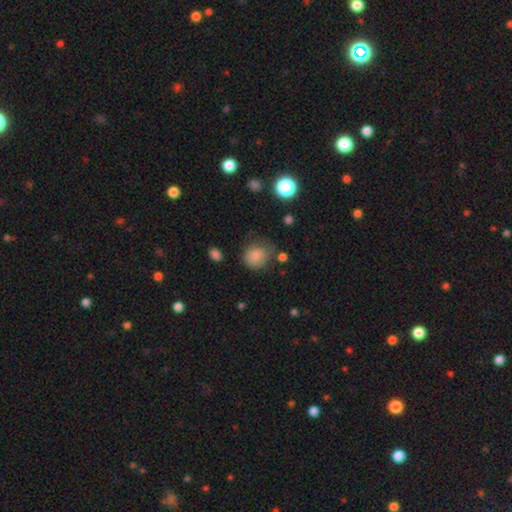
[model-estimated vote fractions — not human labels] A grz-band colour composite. It shows a smooth galaxy with no disk features (79%) that is round (77%). Merging: none (55%).